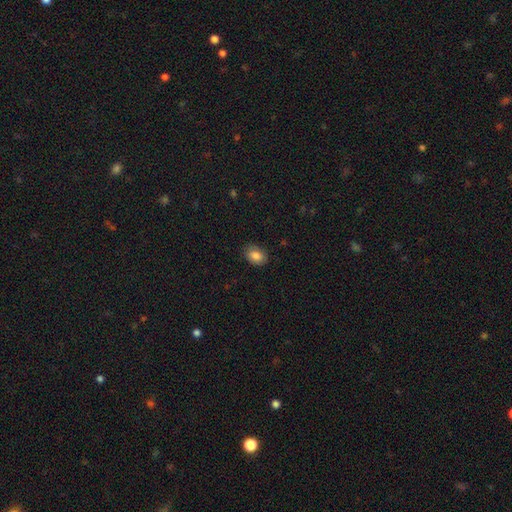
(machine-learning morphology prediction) smooth_or_featured: smooth (p=0.84) [alt: star or artifact p=0.08]
how_rounded: in between (p=0.78) [alt: round p=0.21]
merging: none (p=0.85) [alt: minor disturbance p=0.12]